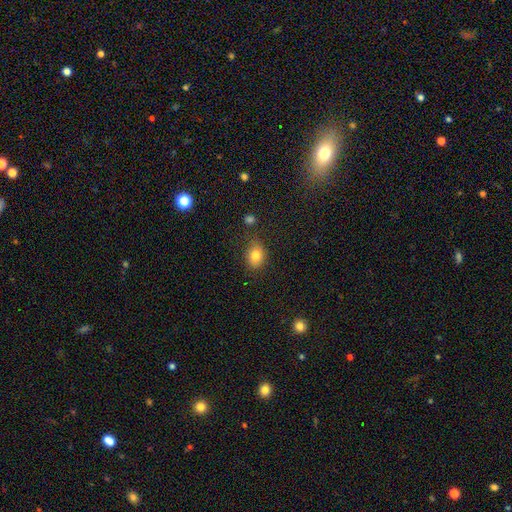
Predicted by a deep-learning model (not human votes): Overall: smooth (81%). How rounded: in between (51%; round 48%). Merging: none (77%).